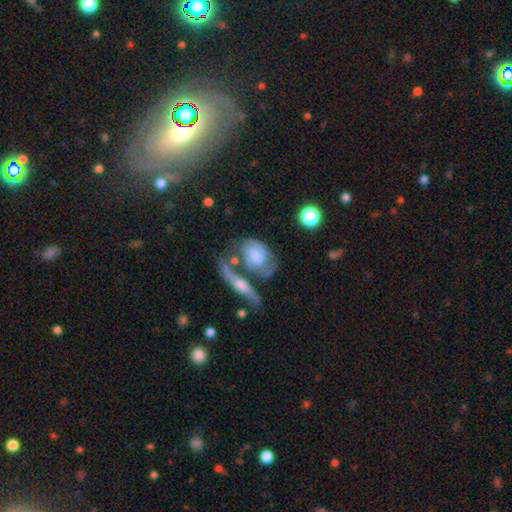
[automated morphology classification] Q: Smooth or featured?
A: featured or disk (71%); runner-up: smooth (22%)
Q: Edge-on disk?
A: no (92%); runner-up: yes (8%)
Q: Bar?
A: weak (46%); runner-up: no (38%)
Q: Spiral arms?
A: yes (88%); runner-up: no (12%)
Q: Spiral winding?
A: medium (44%); runner-up: tight (37%)
Q: Spiral arm count?
A: 2 (64%); runner-up: can't tell (18%)
Q: Bulge size?
A: small (33%); runner-up: moderate (30%)
Q: Merging?
A: none (37%); runner-up: merger (30%)